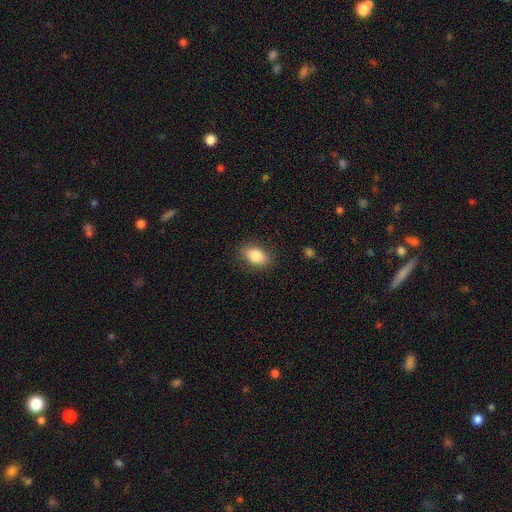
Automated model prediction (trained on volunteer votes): Smooth or featured? smooth (85%)
How rounded? in between (86%)
Merging? none (85%)